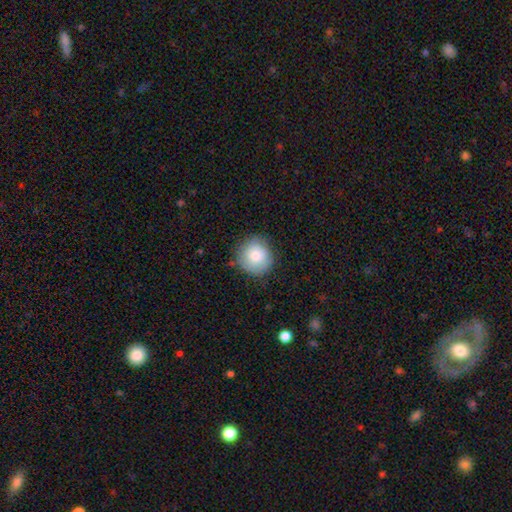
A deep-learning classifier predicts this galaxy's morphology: The model was most divided on "merging": none: 80%, minor disturbance: 15%, major disturbance: 3%, merger: 1%. More confident: how rounded — round (91%); smooth or featured — smooth (79%).